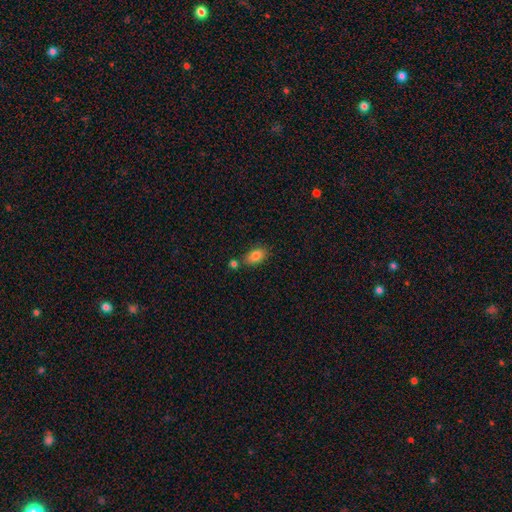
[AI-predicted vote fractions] This appears to be a smooth galaxy with no disk features (83%) that is in between round and cigar-shaped (88%). Merging: none (72%).